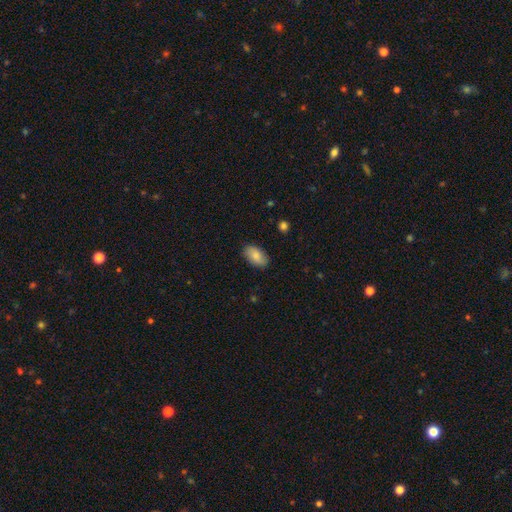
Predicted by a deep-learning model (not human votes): A smooth galaxy with no disk features (83%) that is in between round and cigar-shaped (94%).

Vote fractions:
- Smooth or featured? smooth: 83% / featured or disk: 11% / star or artifact: 6%
- How rounded? in between: 94% / round: 4% / cigar-shaped: 2%
- Merging? none: 87% / minor disturbance: 10% / major disturbance: 2% / merger: 1%